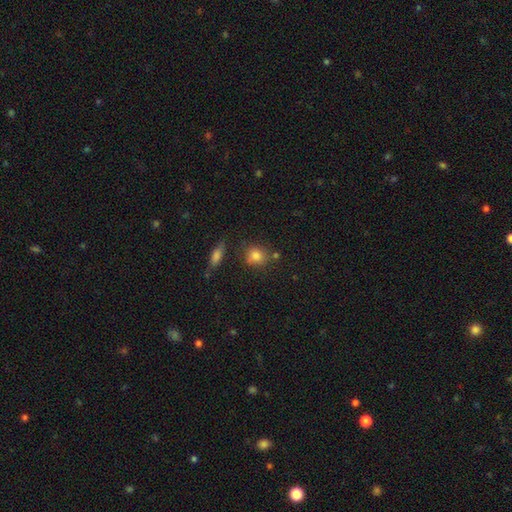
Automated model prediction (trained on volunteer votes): smooth_or_featured: smooth (p=0.82) [alt: star or artifact p=0.11]
how_rounded: round (p=0.75) [alt: in between p=0.23]
merging: none (p=0.72) [alt: minor disturbance p=0.15]